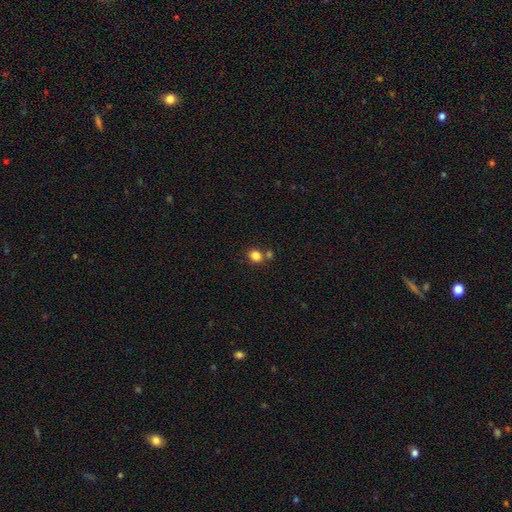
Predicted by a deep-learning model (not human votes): A smooth galaxy with no disk features (83%) that is round (68%).

Vote fractions:
- Smooth or featured? smooth: 83% / star or artifact: 12% / featured or disk: 5%
- How rounded? round: 68% / in between: 31% / cigar-shaped: 1%
- Merging? none: 68% / merger: 20% / minor disturbance: 10% / major disturbance: 3%